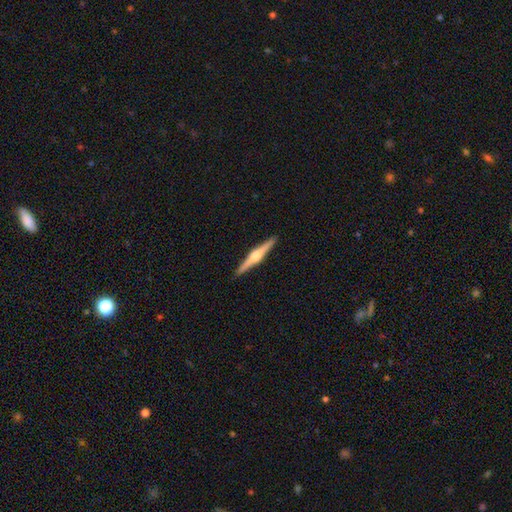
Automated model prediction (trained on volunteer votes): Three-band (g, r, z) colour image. It shows a featured or disk galaxy (78%) viewed edge-on (98%) with a rounded central bulge (90%). Merging: none (92%).